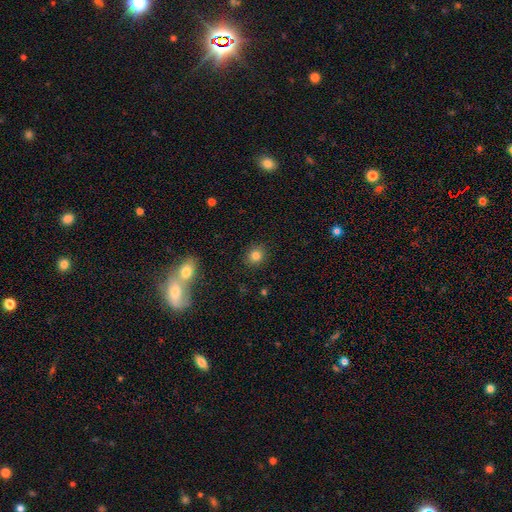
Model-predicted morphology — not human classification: Smooth or featured?
  - smooth: 82% *
  - star or artifact: 12%
  - featured or disk: 6%
How rounded?
  - round: 80% *
  - in between: 19%
  - cigar-shaped: 1%
Merging?
  - none: 90% *
  - minor disturbance: 7%
  - major disturbance: 2%
  - merger: 1%